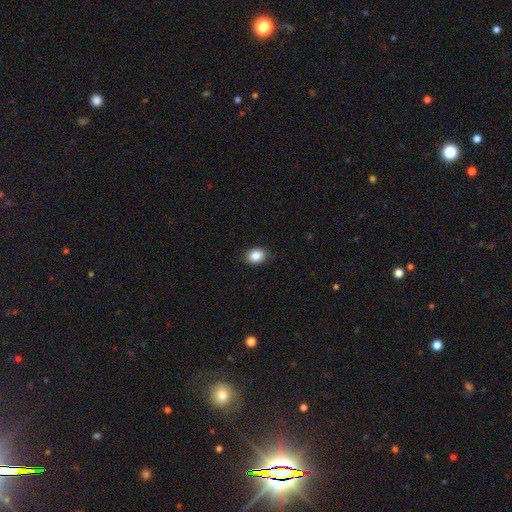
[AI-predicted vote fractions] Morphology: type=smooth (86%); roundness=in between (58%); merging=none (88%).